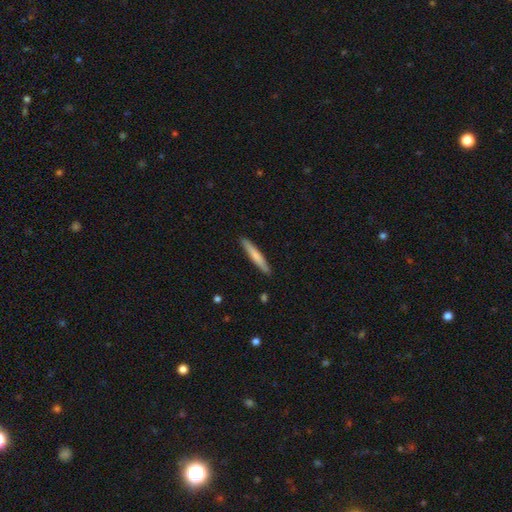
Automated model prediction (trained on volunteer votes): A smooth galaxy with no disk features (71%) that is cigar-shaped (95%).

Vote fractions:
- Smooth or featured? smooth: 71% / featured or disk: 24% / star or artifact: 5%
- How rounded? cigar-shaped: 95% / in between: 4% / round: 1%
- Merging? none: 91% / minor disturbance: 7% / major disturbance: 1% / merger: 1%